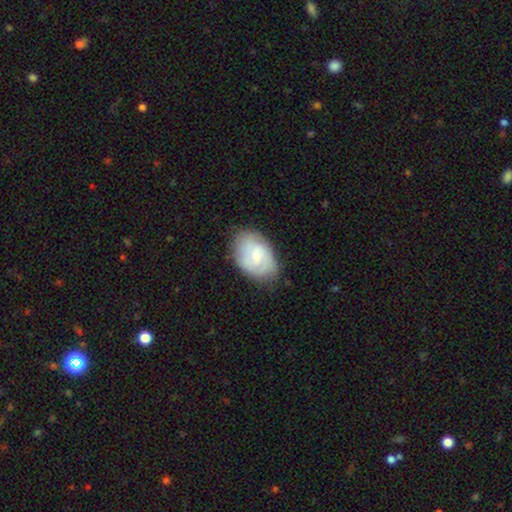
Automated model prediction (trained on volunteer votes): This is possibly a featured or disk galaxy (57%). It is clearly not viewed edge-on (97%). Bar: possibly weak (49%). Spiral arm pattern: clearly yes (85%). Central bulge: possibly small (59%). Merging: likely none (74%).